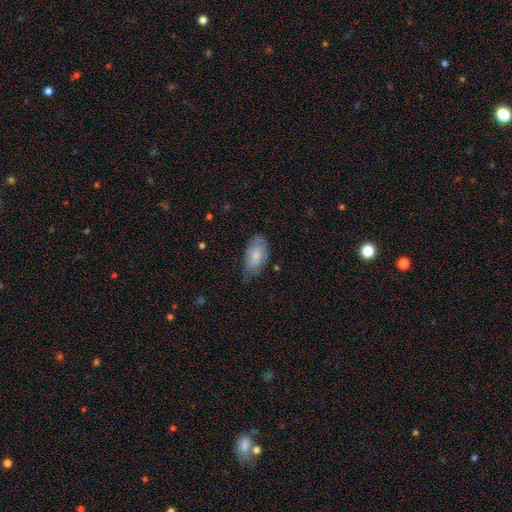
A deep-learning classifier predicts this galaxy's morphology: Smooth or featured?
  - smooth: 78% *
  - featured or disk: 16%
  - star or artifact: 6%
How rounded?
  - in between: 94% *
  - round: 3%
  - cigar-shaped: 3%
Merging?
  - none: 64% *
  - minor disturbance: 29%
  - major disturbance: 6%
  - merger: 1%